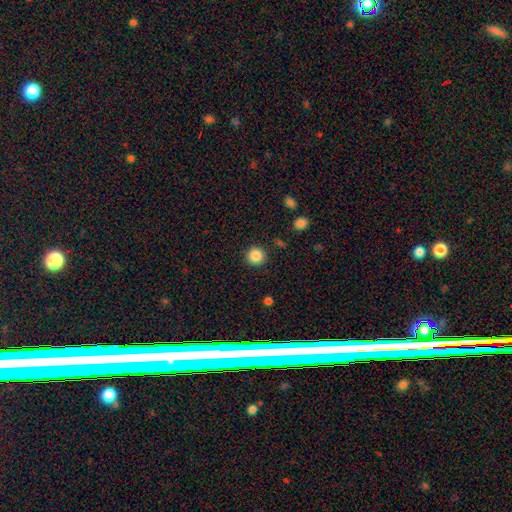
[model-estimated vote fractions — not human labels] This is clearly a smooth galaxy (87%). How rounded: clearly round (94%). Merging: clearly none (90%).